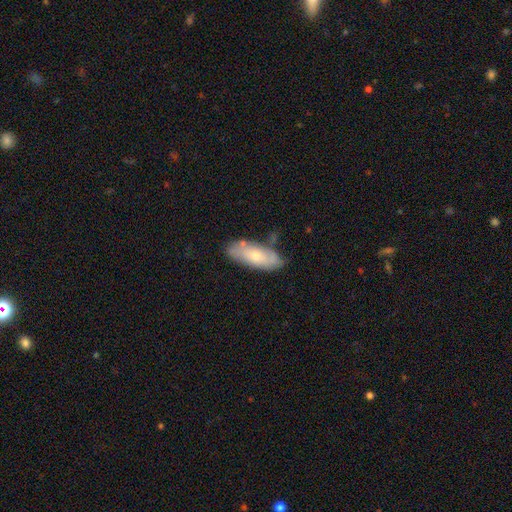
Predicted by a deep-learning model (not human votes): This appears to be a smooth galaxy with no disk features (58%) that is in between round and cigar-shaped (71%). Merging: none (71%).